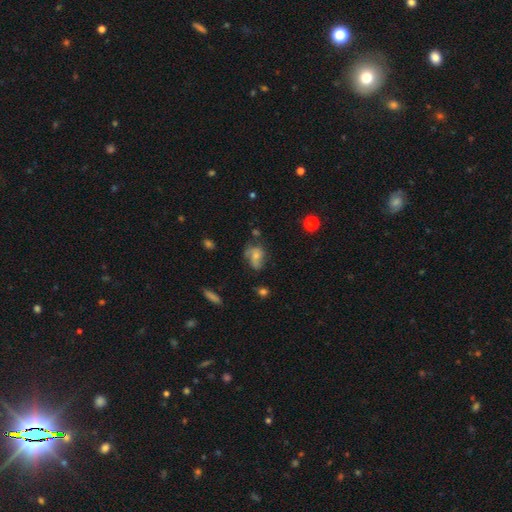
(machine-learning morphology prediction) Smooth or featured: featured or disk — 47% (smooth — 42%)
Merging: none — 42% (minor disturbance — 27%)